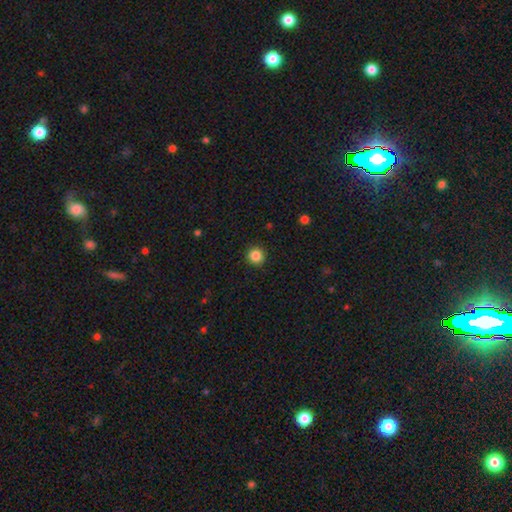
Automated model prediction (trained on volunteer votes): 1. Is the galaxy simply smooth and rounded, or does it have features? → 86% smooth, 11% star or artifact, 4% featured or disk.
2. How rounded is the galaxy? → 95% round, 4% in between, 1% cigar-shaped.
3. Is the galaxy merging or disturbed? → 92% none, 6% minor disturbance, 2% major disturbance, 1% merger.